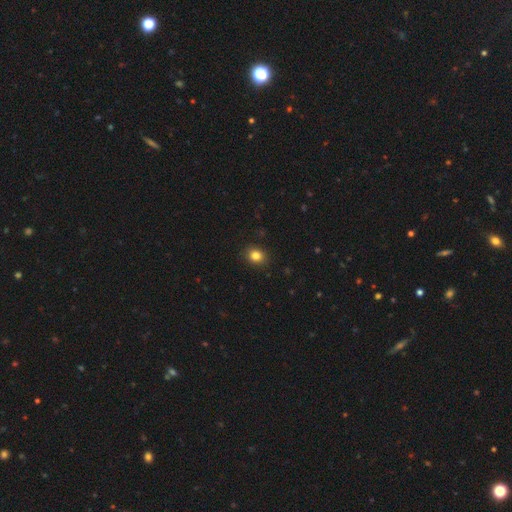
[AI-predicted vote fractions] Smooth or featured? Predicted: smooth (p=0.84). How rounded? Predicted: round (p=0.60). Merging? Predicted: none (p=0.90).